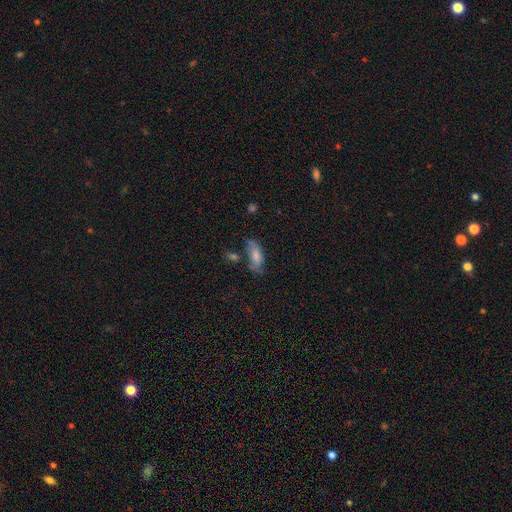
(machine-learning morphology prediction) Smooth or featured? Predicted: smooth (p=0.70). How rounded? Predicted: in between (p=0.78). Merging? Predicted: none (p=0.56).